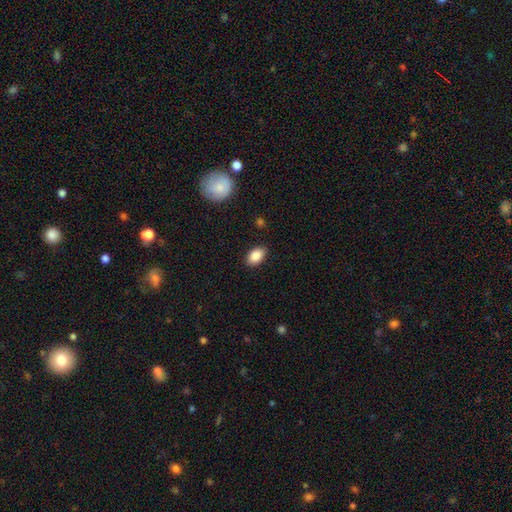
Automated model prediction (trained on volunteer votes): This is clearly a smooth galaxy (86%). How rounded: clearly in between (90%). Merging: clearly none (86%).